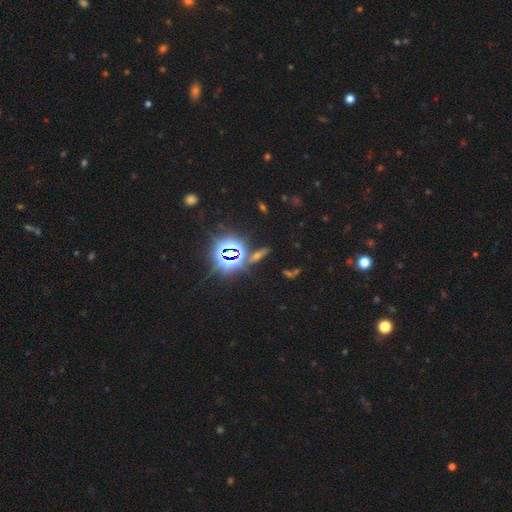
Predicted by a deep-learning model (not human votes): This appears to be a star or artifact, not a galaxy (75%).